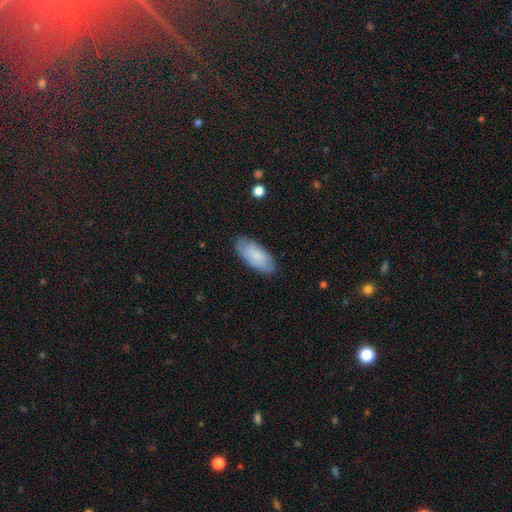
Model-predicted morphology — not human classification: Smooth or featured? Predicted: smooth (p=0.76). How rounded? Predicted: in between (p=0.86). Merging? Predicted: none (p=0.82).